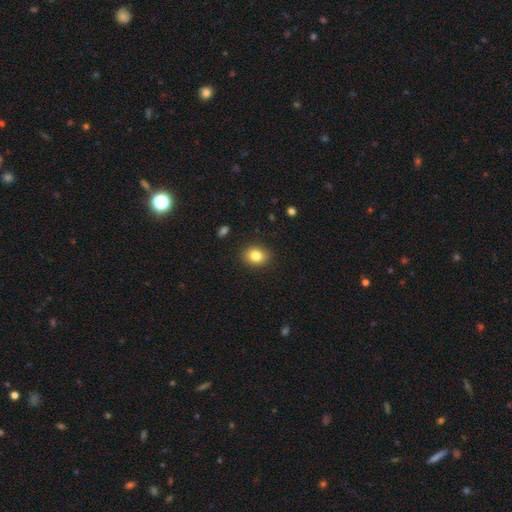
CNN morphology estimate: The model was most divided on "how rounded": round: 52%, in between: 48%, cigar-shaped: 1%. More confident: merging — none (89%); smooth or featured — smooth (82%).